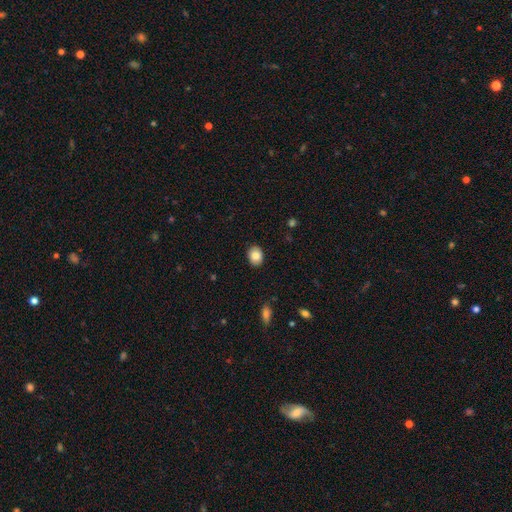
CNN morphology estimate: This appears to be a smooth galaxy with no disk features (85%) that is in between round and cigar-shaped (61%). Merging: none (89%).